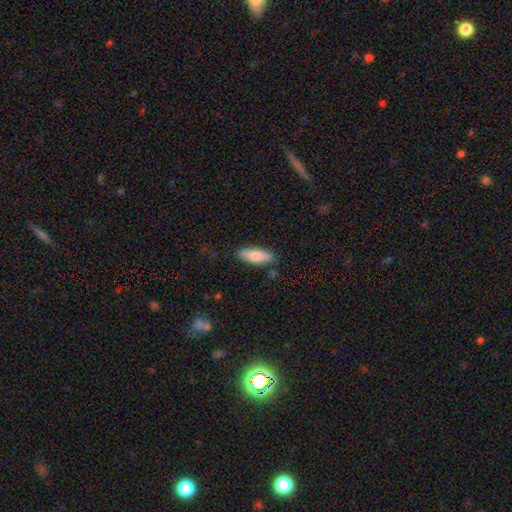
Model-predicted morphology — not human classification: smooth 80%, featured or disk 15%, star or artifact 6%. Down the decision tree: how rounded — in between (55%); merging — none (83%).